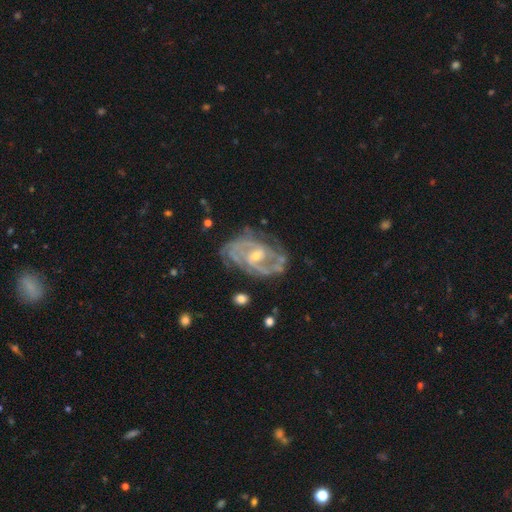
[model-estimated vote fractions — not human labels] Morphology: type=featured or disk (90%); edge-on=no (97%); bar=weak (45%); spiral arms=yes (97%); winding=tight (51%); arm count=2 (39%); bulge=small (63%); merging=none (66%).